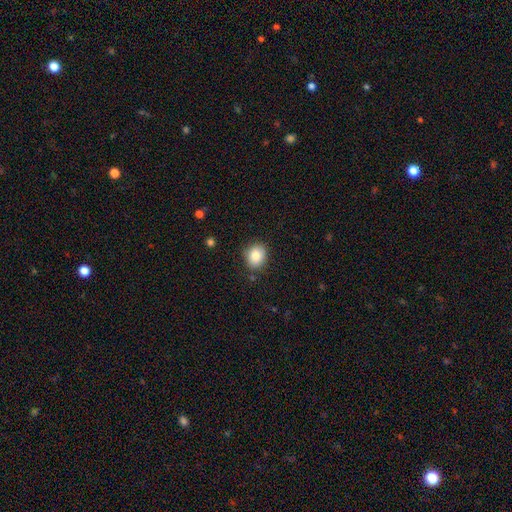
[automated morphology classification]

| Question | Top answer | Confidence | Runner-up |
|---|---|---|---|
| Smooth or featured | smooth | 84% | star or artifact (9%) |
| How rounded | round | 66% | in between (33%) |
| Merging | none | 85% | minor disturbance (11%) |